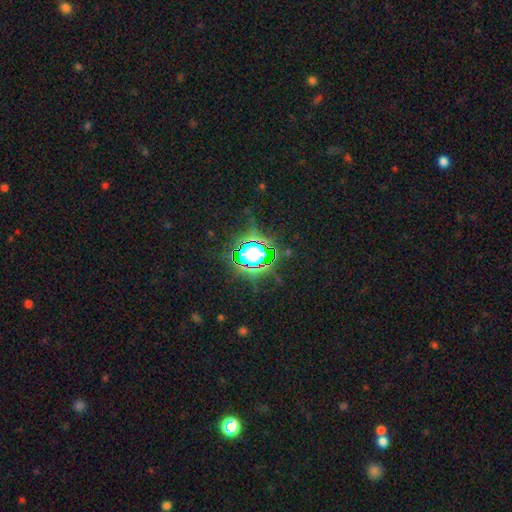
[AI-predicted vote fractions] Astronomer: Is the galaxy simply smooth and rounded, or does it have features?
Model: star or artifact — 81%.